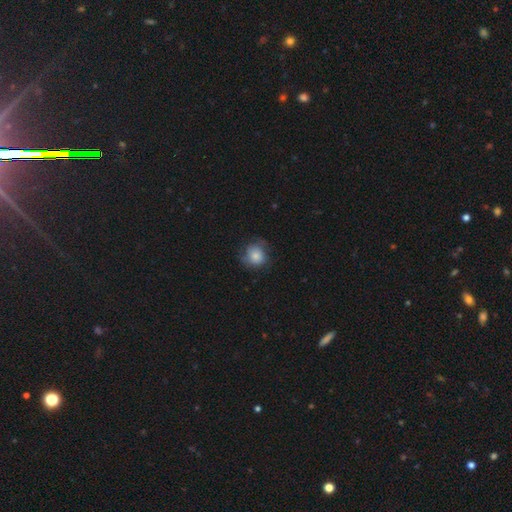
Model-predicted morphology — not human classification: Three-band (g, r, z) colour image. It shows a smooth galaxy with no disk features (76%) that is round (84%). Merging: none (65%).